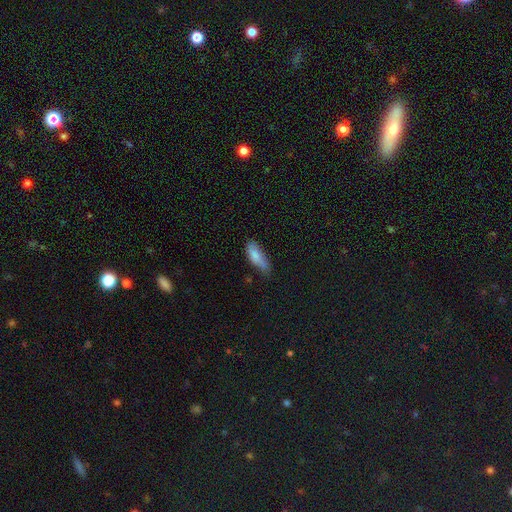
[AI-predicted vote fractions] This appears to be a smooth galaxy with no disk features (80%) that is in between round and cigar-shaped (66%). Merging: none (43%).